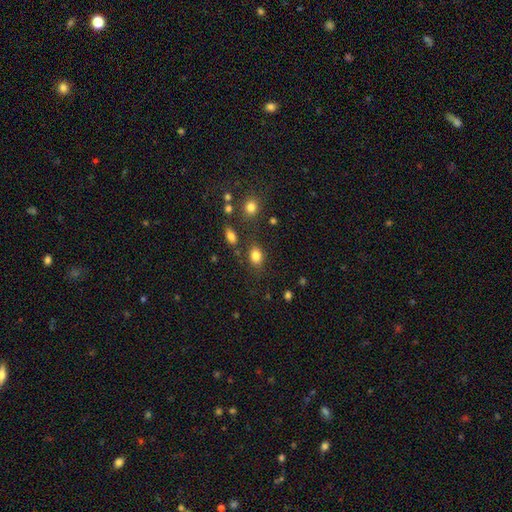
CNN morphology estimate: A smooth galaxy with no disk features (83%) that is in between round and cigar-shaped (59%). Merging: none (75%).